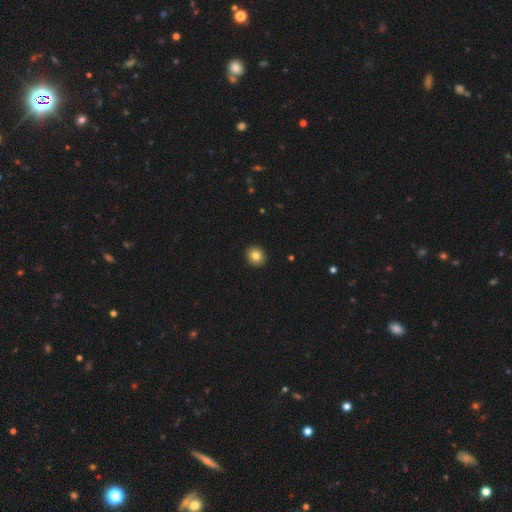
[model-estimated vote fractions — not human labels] A smooth galaxy with no disk features (82%) that is round (85%).

Vote fractions:
- Smooth or featured? smooth: 82% / star or artifact: 10% / featured or disk: 9%
- How rounded? round: 85% / in between: 14% / cigar-shaped: 1%
- Merging? none: 93% / minor disturbance: 5% / major disturbance: 1% / merger: 1%